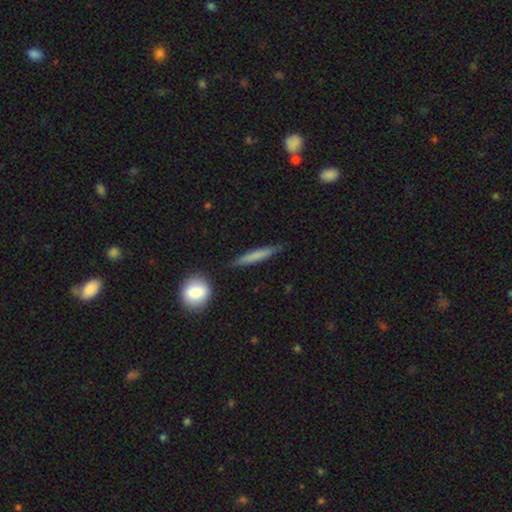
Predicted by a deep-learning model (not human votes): This appears to be a smooth galaxy with no disk features (68%) that is cigar-shaped (92%). Merging: none (84%).